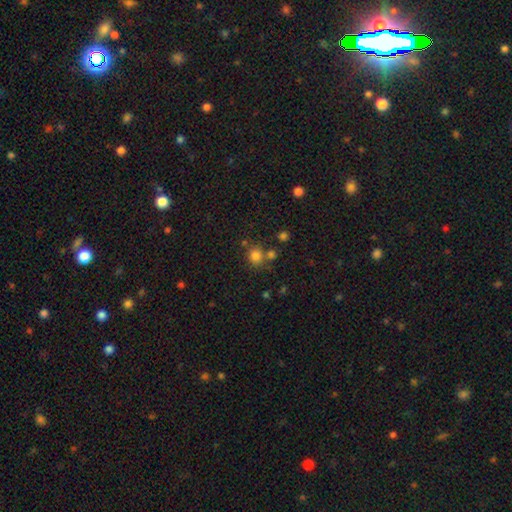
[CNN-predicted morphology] A smooth galaxy with no disk features (79%) that is round (85%). Merging: none (66%).